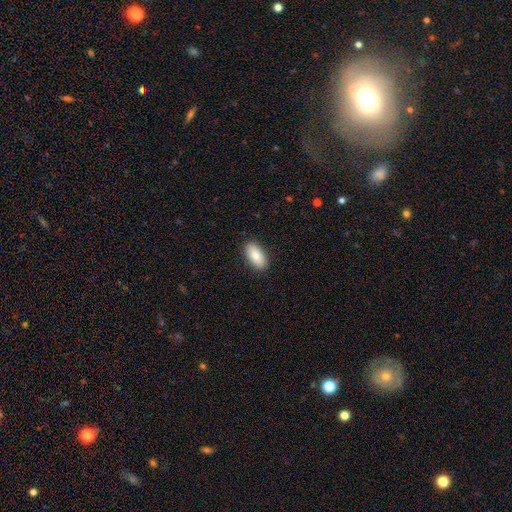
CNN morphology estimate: A smooth galaxy with no disk features (83%) that is in between round and cigar-shaped (92%).

Vote fractions:
- Smooth or featured? smooth: 83% / featured or disk: 10% / star or artifact: 7%
- How rounded? in between: 92% / cigar-shaped: 6% / round: 3%
- Merging? none: 89% / minor disturbance: 8% / major disturbance: 2% / merger: 1%